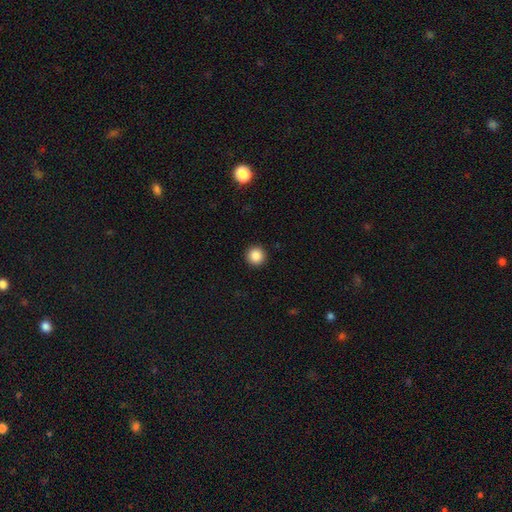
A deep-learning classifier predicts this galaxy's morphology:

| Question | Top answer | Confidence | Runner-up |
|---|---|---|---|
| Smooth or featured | smooth | 87% | star or artifact (10%) |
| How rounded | round | 96% | in between (3%) |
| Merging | none | 93% | minor disturbance (4%) |